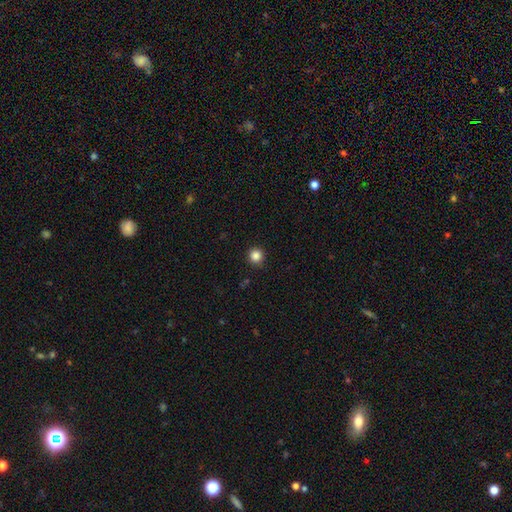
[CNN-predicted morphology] Overall: smooth (86%). How rounded: round (95%). Merging: none (92%).